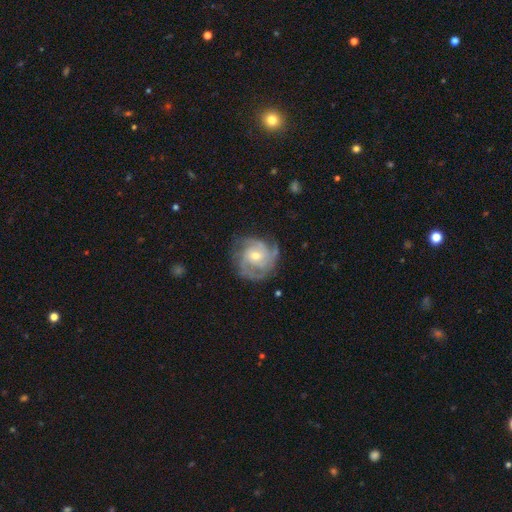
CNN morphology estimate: featured or disk 84%, smooth 10%, star or artifact 6%. Down the decision tree: edge-on disk — no (98%); bar — no (67%); spiral arms — yes (95%); spiral arm count — 3 (39%); spiral winding — tight (61%); bulge size — moderate (51%); merging — none (74%).